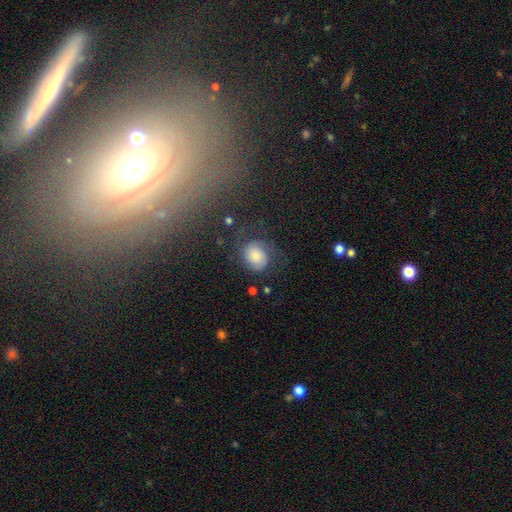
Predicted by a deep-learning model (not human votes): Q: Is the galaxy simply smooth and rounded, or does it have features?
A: smooth — 54%.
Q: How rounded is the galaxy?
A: round — 59%.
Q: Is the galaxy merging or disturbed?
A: none — 57%.